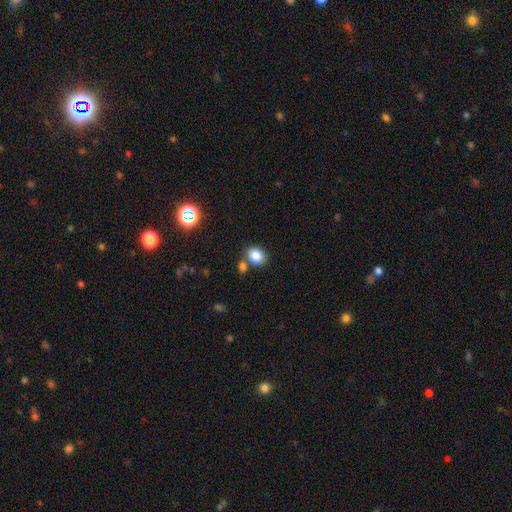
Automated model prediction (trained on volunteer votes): A smooth galaxy with no disk features (83%) that is round (52%).

Vote fractions:
- Smooth or featured? smooth: 83% / star or artifact: 11% / featured or disk: 6%
- How rounded? round: 52% / in between: 47% / cigar-shaped: 1%
- Merging? none: 66% / merger: 19% / minor disturbance: 12% / major disturbance: 4%